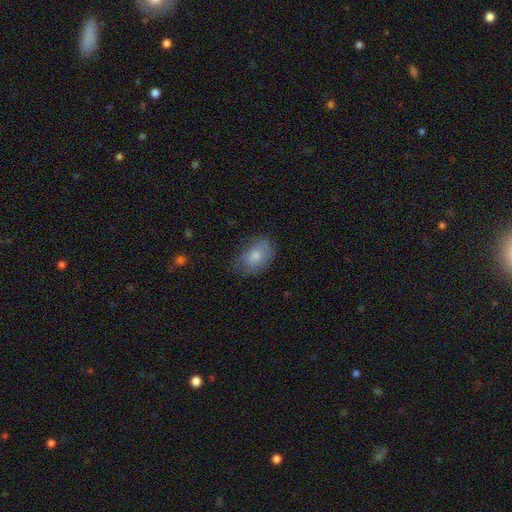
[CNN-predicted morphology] The model was most divided on "merging": none: 66%, minor disturbance: 25%, major disturbance: 8%, merger: 1%. More confident: how rounded — in between (83%); smooth or featured — smooth (77%).